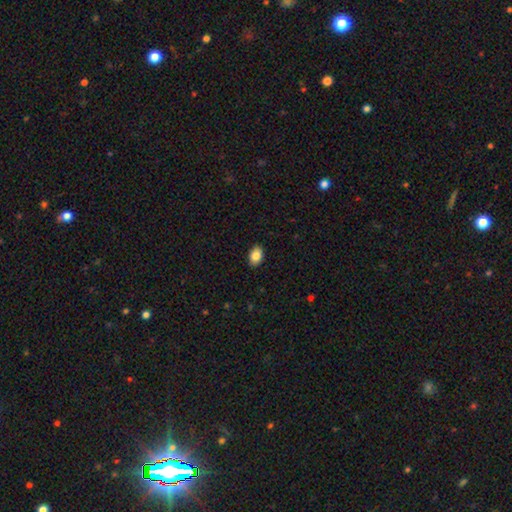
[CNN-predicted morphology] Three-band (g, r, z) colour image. It shows a smooth galaxy with no disk features (84%) that is in between round and cigar-shaped (86%). Merging: none (90%).